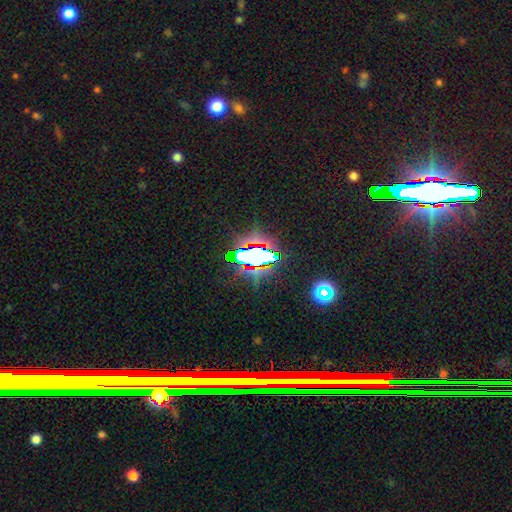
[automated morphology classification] This is likely a star or artifact rather than a galaxy (62%).